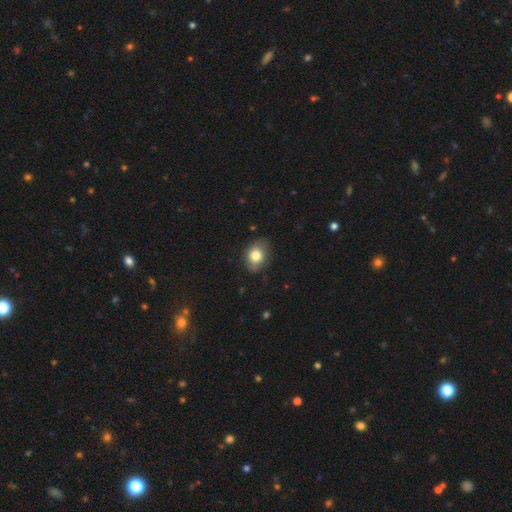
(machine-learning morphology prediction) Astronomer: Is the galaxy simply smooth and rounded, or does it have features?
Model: smooth — 80%.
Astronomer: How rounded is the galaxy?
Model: in between — 59% (runner-up: round, 40%).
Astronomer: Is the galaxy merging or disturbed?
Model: none — 75%.